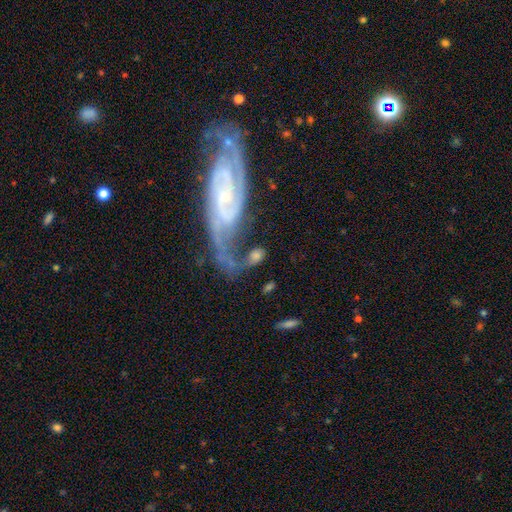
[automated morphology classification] Smooth or featured? smooth (50%)
How rounded? in between (79%)
Merging? none (33%)